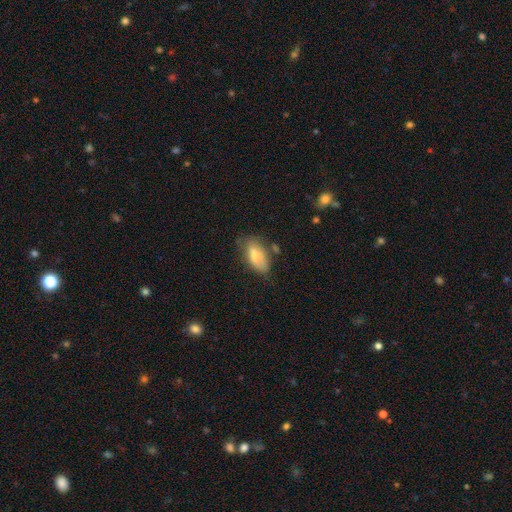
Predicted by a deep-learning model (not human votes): A smooth galaxy with no disk features (79%) that is in between round and cigar-shaped (88%). Merging: none (64%).